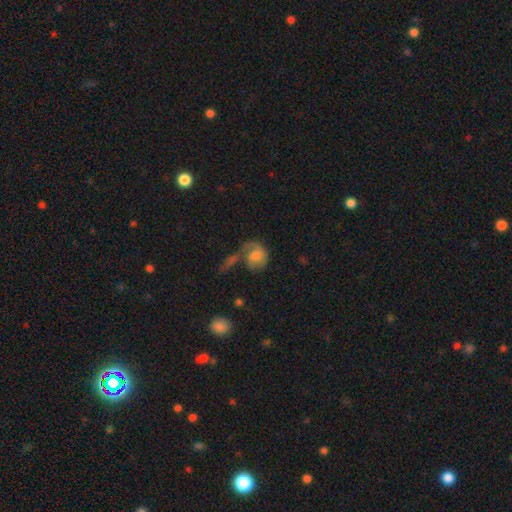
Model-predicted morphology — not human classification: Smooth or featured?
  - featured or disk: 52% *
  - smooth: 41%
  - star or artifact: 8%
Edge-on disk?
  - no: 97% *
  - yes: 3%
Merging?
  - none: 35% *
  - merger: 25%
  - major disturbance: 25%
  - minor disturbance: 16%